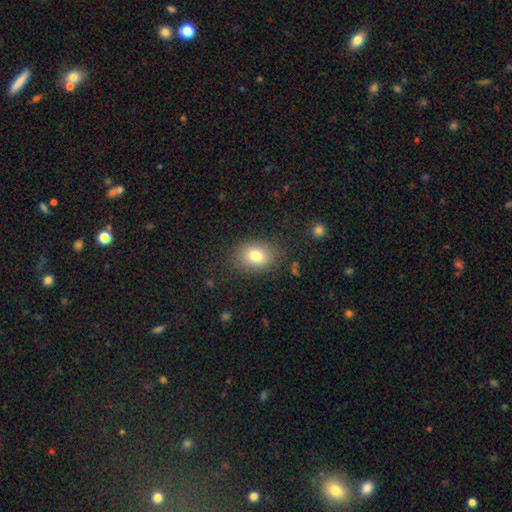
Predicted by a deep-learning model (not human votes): The model was most divided on "how rounded": in between: 68%, round: 30%, cigar-shaped: 1%. More confident: merging — none (82%); smooth or featured — smooth (78%).